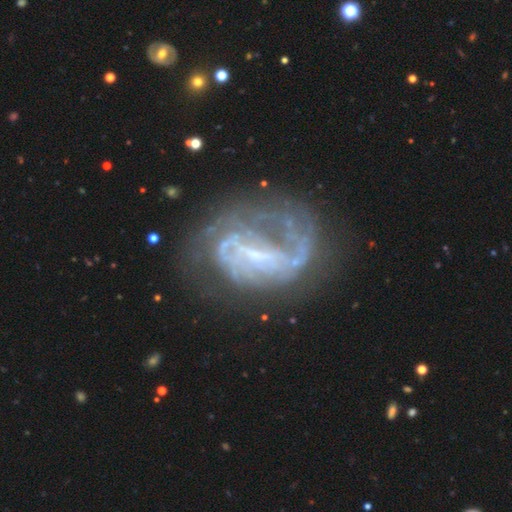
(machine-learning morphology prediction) The model was most divided on "spiral winding" (2-way tie): tight: 38%, medium: 38%, loose: 24%. Remaining: edge-on disk — no (97%); smooth or featured — featured or disk (81%); spiral arms — yes (77%); merging — none (43%); bar — weak (42%); bulge size — small (41%); spiral arm count — can't tell (39%).